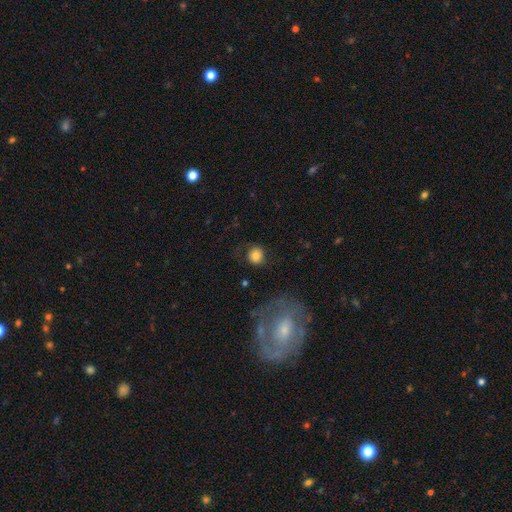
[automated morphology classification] smooth-or-featured: smooth: 78% | featured or disk: 12% | star or artifact: 10%
  how-rounded: round: 88% | in between: 11% | cigar-shaped: 1%
  merging: none: 76% | minor disturbance: 13% | major disturbance: 9% | merger: 3%